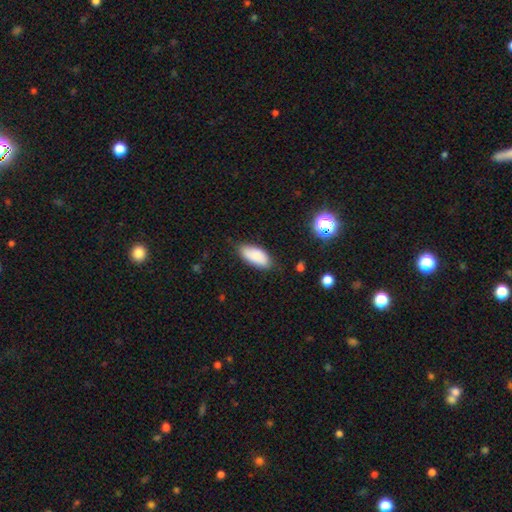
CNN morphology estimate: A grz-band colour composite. It shows a smooth galaxy with no disk features (85%) that is in between round and cigar-shaped (89%). Merging: none (74%).